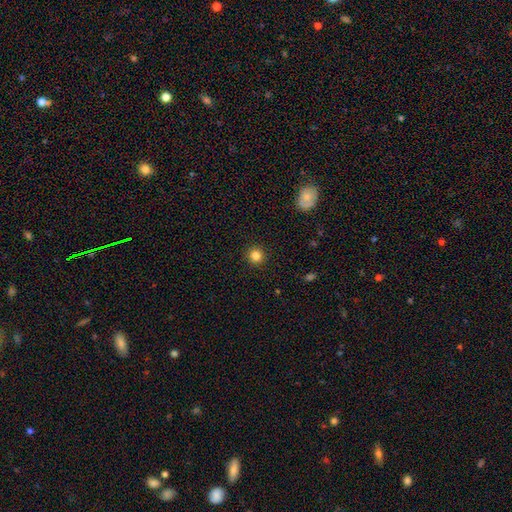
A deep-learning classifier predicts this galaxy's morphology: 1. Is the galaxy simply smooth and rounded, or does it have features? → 84% smooth, 11% star or artifact, 5% featured or disk.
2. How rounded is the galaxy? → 94% round, 5% in between, 1% cigar-shaped.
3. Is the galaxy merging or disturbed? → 92% none, 5% minor disturbance, 2% major disturbance, 1% merger.